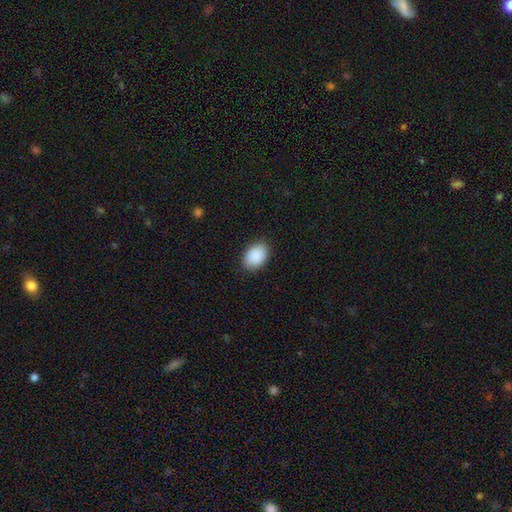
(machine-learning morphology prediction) smooth_or_featured: smooth (p=0.91) [alt: star or artifact p=0.06]
how_rounded: in between (p=0.86) [alt: round p=0.13]
merging: none (p=0.88) [alt: minor disturbance p=0.09]